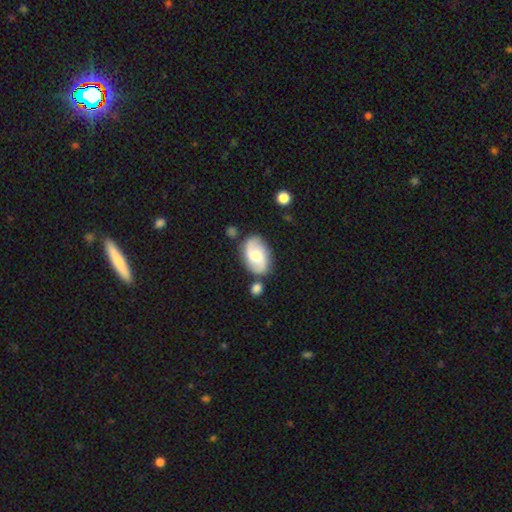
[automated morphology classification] smooth-or-featured: featured or disk: 57% | smooth: 36% | star or artifact: 6%
  disk-edge-on: no: 96% | yes: 4%
    bar: no: 52% | weak: 39% | strong: 9%
    has-spiral-arms: yes: 88% | no: 12%
    bulge-size: moderate: 60% | small: 25% | large: 10% | none: 3% | dominant: 2%
  merging: none: 72% | minor disturbance: 15% | merger: 9% | major disturbance: 4%